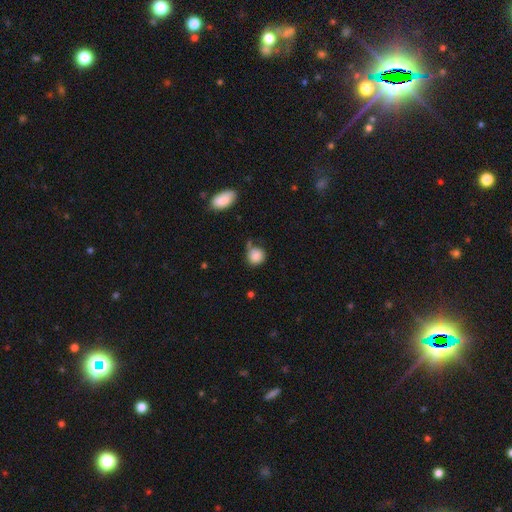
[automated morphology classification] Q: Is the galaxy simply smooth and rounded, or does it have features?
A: smooth — 85%.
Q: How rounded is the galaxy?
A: round — 86%.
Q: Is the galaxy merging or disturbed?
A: none — 59%.